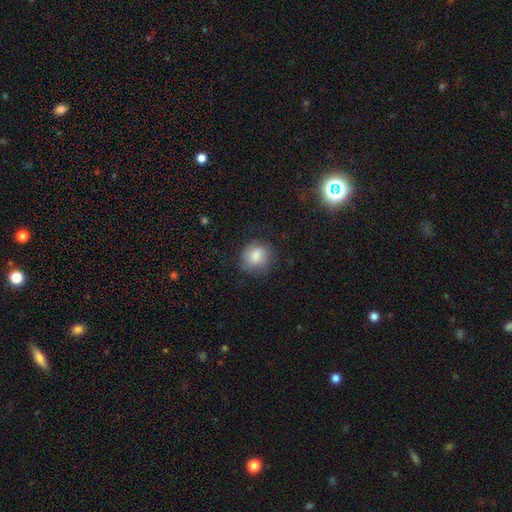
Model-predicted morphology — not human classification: type=smooth (79%); roundness=round (77%); merging=none (72%).